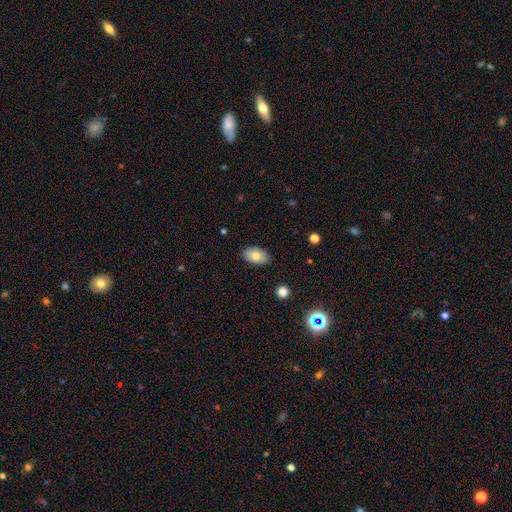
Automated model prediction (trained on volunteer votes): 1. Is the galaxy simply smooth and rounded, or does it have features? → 74% smooth, 18% featured or disk, 8% star or artifact.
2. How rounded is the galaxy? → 90% in between, 8% round, 1% cigar-shaped.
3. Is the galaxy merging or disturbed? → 86% none, 11% minor disturbance, 2% major disturbance, 1% merger.